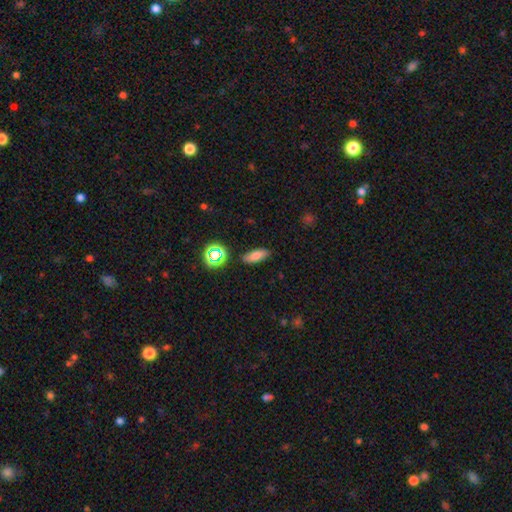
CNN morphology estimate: A smooth galaxy with no disk features (75%) that is in between round and cigar-shaped (70%). Merging: none (83%).